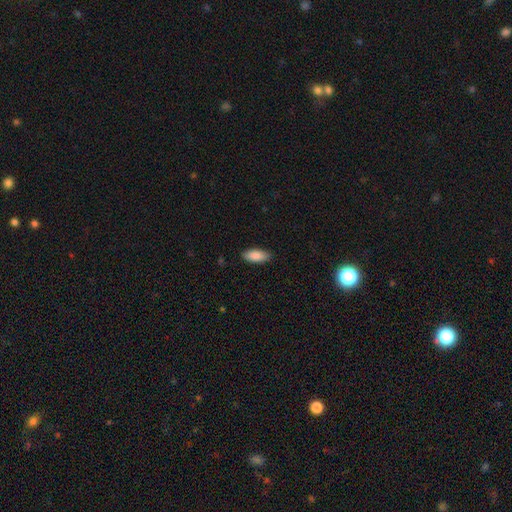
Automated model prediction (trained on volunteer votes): The model was most divided on "how rounded": in between: 83%, cigar-shaped: 15%, round: 2%. More confident: merging — none (88%); smooth or featured — smooth (87%).